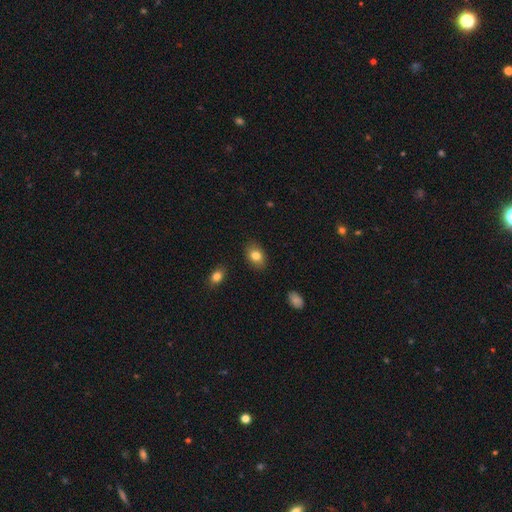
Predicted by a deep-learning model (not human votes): Smooth or featured? smooth (82%)
How rounded? in between (81%)
Merging? none (86%)